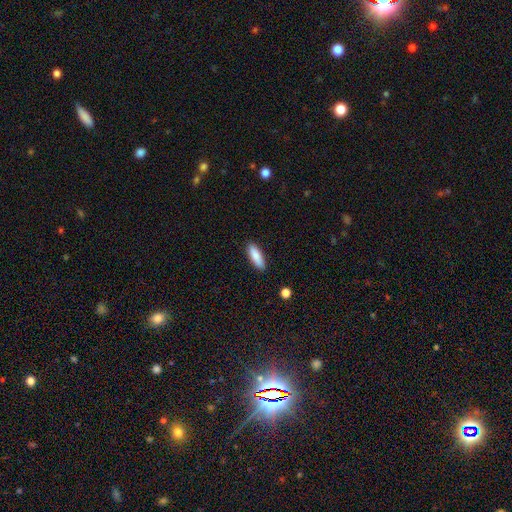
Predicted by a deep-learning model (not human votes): Smooth or featured?
  - smooth: 85% *
  - featured or disk: 9%
  - star or artifact: 6%
How rounded?
  - in between: 52% *
  - cigar-shaped: 46%
  - round: 2%
Merging?
  - none: 89% *
  - minor disturbance: 8%
  - major disturbance: 2%
  - merger: 1%